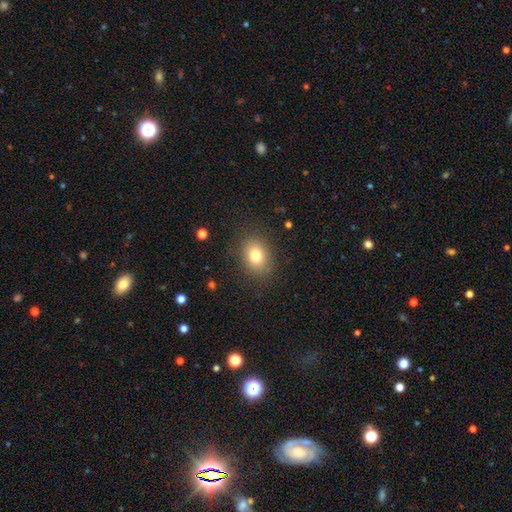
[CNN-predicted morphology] The model was most divided on "how rounded": in between: 63%, round: 36%, cigar-shaped: 1%. More confident: merging — none (84%); smooth or featured — smooth (79%).